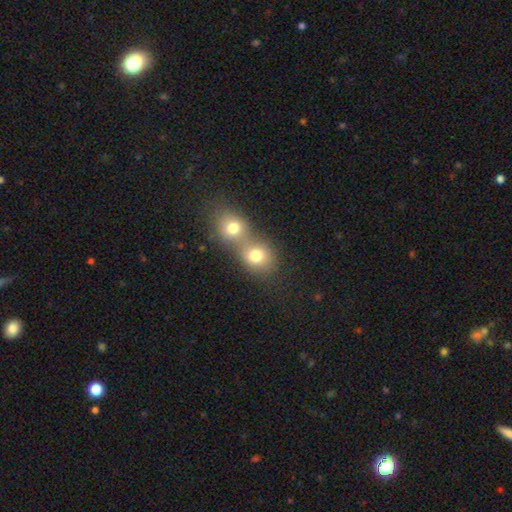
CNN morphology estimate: Q: Smooth or featured?
A: smooth (76%); runner-up: star or artifact (13%)
Q: How rounded?
A: round (70%); runner-up: in between (29%)
Q: Merging?
A: merger (64%); runner-up: none (28%)